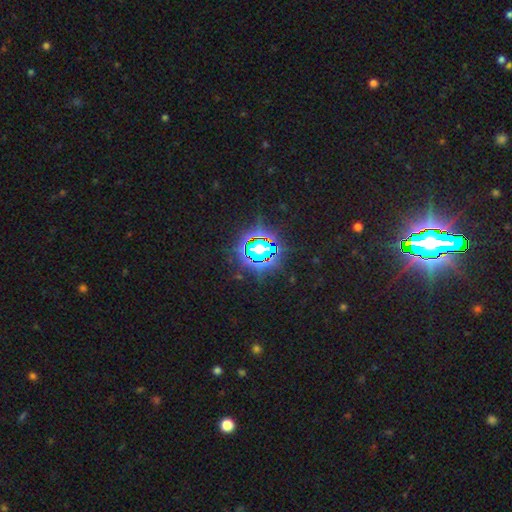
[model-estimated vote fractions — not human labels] A star or artifact, not a galaxy (79%).